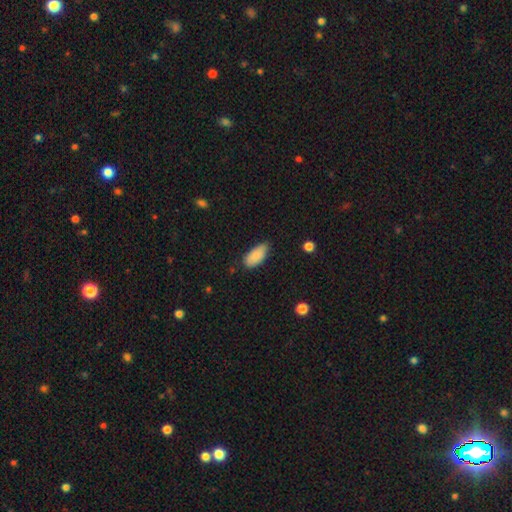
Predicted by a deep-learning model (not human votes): This is clearly a smooth galaxy (88%). How rounded: clearly in between (91%). Merging: likely none (69%).